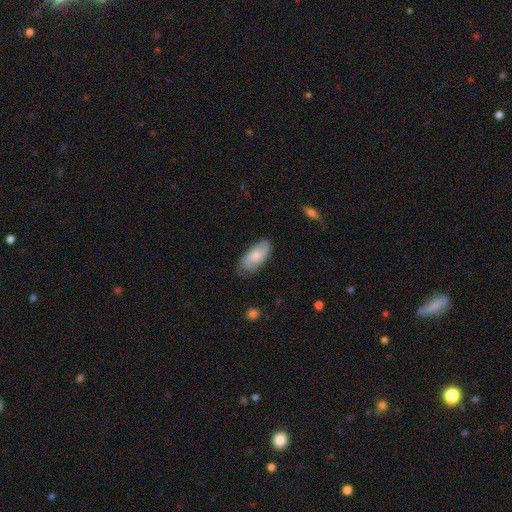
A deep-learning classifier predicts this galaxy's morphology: A smooth galaxy with no disk features (70%) that is in between round and cigar-shaped (92%). Merging: none (68%).